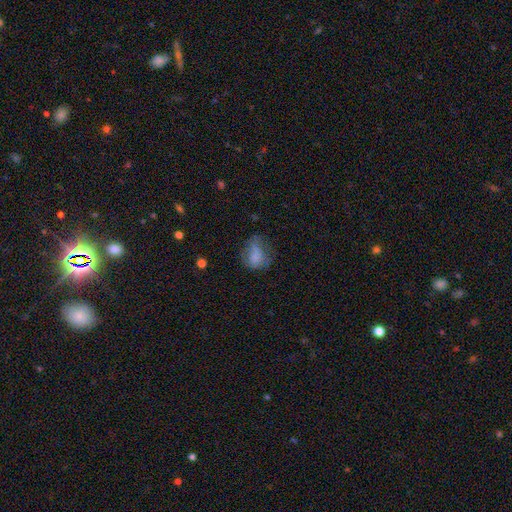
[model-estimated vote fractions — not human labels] The model was most divided on "merging": none: 39%, minor disturbance: 30%, major disturbance: 29%, merger: 3%. More confident: smooth or featured — smooth (70%); how rounded — in between (64%).